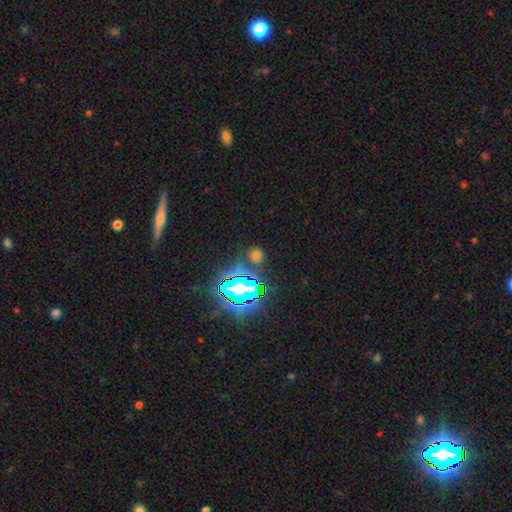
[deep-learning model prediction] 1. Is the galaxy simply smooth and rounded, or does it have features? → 46% smooth (tied), 46% star or artifact (tied), 8% featured or disk.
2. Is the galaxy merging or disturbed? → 80% none, 10% minor disturbance, 6% merger, 5% major disturbance.